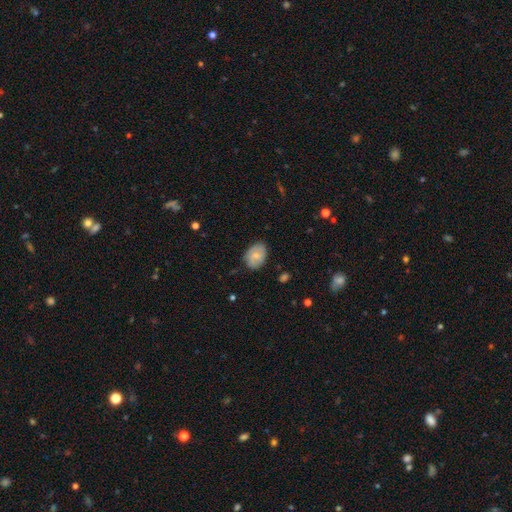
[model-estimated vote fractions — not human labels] Morphology: type=smooth (60%); roundness=in between (77%); merging=none (76%).